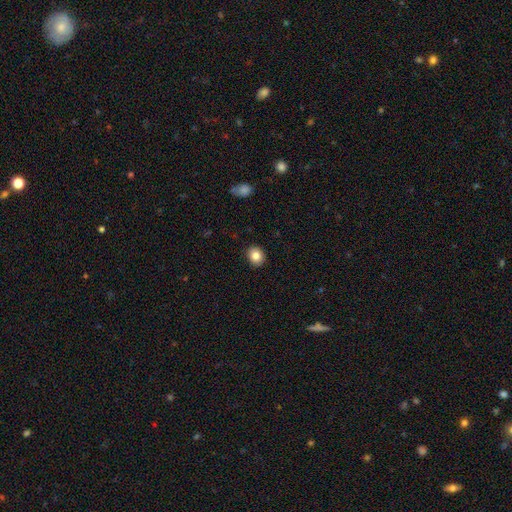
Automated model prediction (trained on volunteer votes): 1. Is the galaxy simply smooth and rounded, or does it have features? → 84% smooth, 9% star or artifact, 6% featured or disk.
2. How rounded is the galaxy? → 64% round, 35% in between, 1% cigar-shaped.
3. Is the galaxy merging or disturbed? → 91% none, 7% minor disturbance, 2% major disturbance, 1% merger.